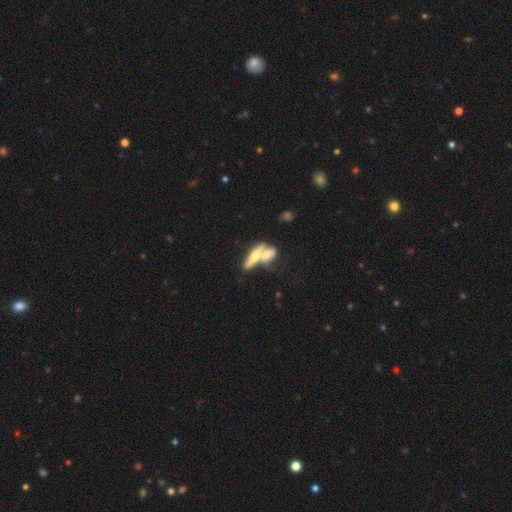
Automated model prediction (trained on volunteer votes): Morphology: type=featured or disk (49%); merging=merger (61%).